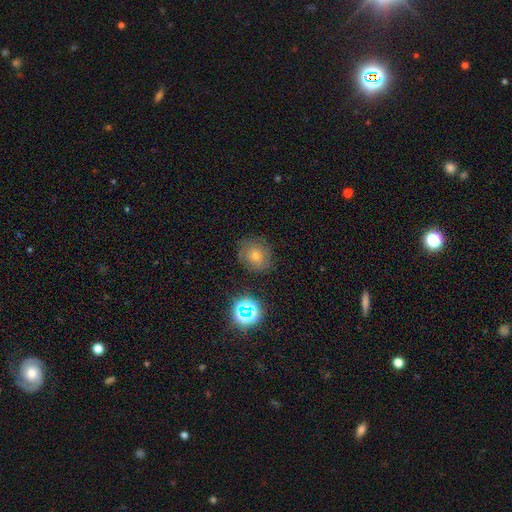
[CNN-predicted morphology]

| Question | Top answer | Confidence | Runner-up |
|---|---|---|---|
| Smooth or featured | smooth | 52% | star or artifact (24%) |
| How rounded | round | 78% | in between (21%) |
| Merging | none | 80% | minor disturbance (13%) |